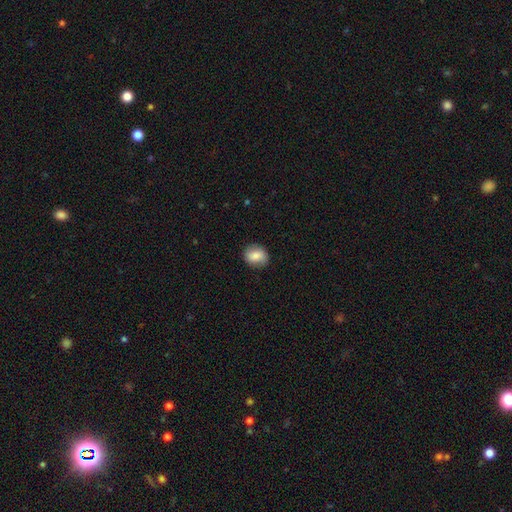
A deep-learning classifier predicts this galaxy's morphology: Smooth or featured: smooth — 82% (featured or disk — 11%)
How rounded: round — 58% (in between — 41%)
Merging: none — 85% (minor disturbance — 11%)